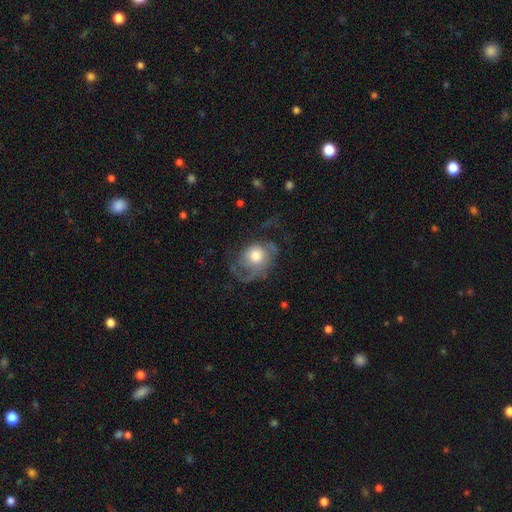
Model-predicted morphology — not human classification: The model was most divided on "merging": major disturbance: 39%, none: 37%, minor disturbance: 22%, merger: 2%. More confident: edge-on disk — no (96%); smooth or featured — featured or disk (52%).